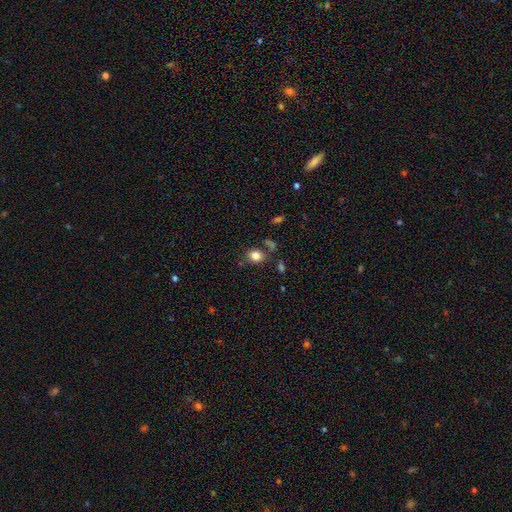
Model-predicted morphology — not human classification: smooth_or_featured: smooth (p=0.82) [alt: star or artifact p=0.11]
how_rounded: round (p=0.56) [alt: in between p=0.43]
merging: none (p=0.72) [alt: minor disturbance p=0.14]